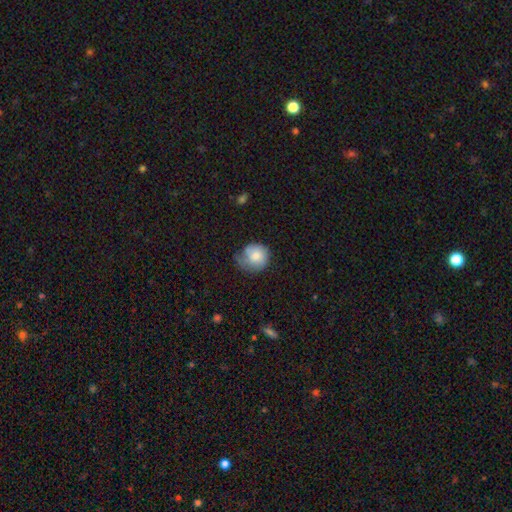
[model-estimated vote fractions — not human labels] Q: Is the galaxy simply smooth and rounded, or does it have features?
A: smooth — 80%.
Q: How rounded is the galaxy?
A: round — 83%.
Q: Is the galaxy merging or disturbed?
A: none — 43%.